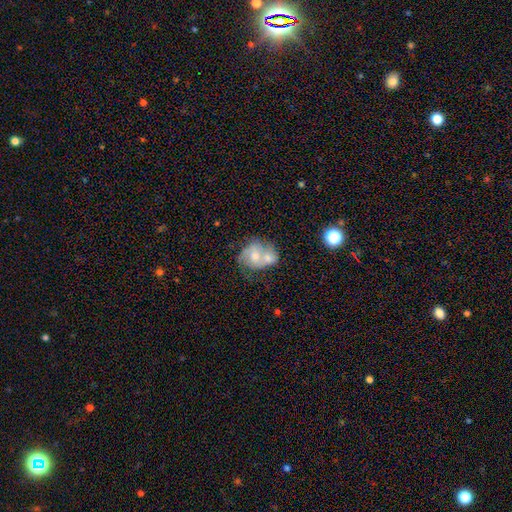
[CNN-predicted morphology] smooth_or_featured: featured or disk (p=0.47) [alt: smooth p=0.46]
merging: merger (p=0.65) [alt: none p=0.18]